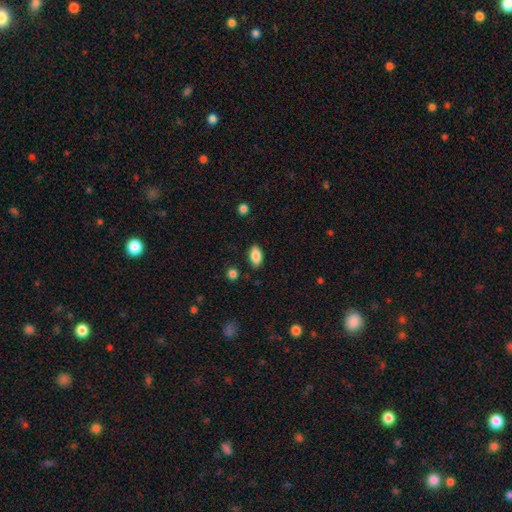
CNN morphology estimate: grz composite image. It shows a smooth galaxy with no disk features (87%) that is in between round and cigar-shaped (91%). Merging: none (84%).